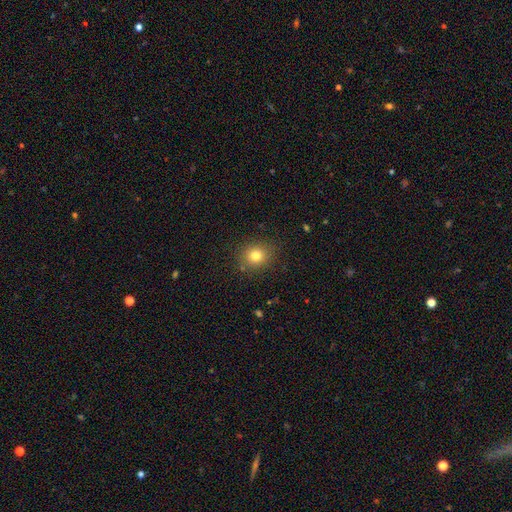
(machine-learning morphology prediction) This is likely a smooth galaxy (79%). How rounded: likely round (78%). Merging: clearly none (86%).